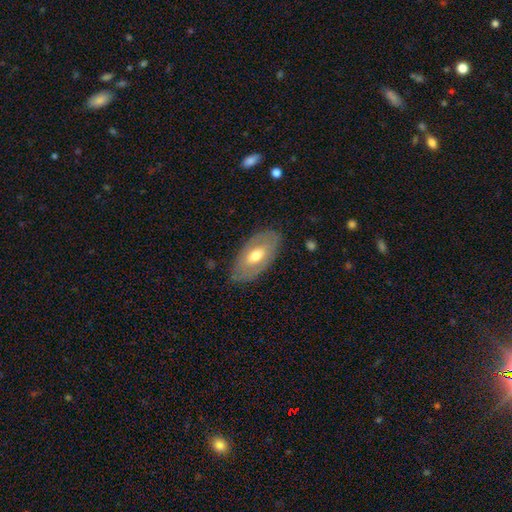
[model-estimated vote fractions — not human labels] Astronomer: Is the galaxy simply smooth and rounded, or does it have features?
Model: smooth — 48% (runner-up: featured or disk, 47%).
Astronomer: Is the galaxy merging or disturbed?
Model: none — 80%.